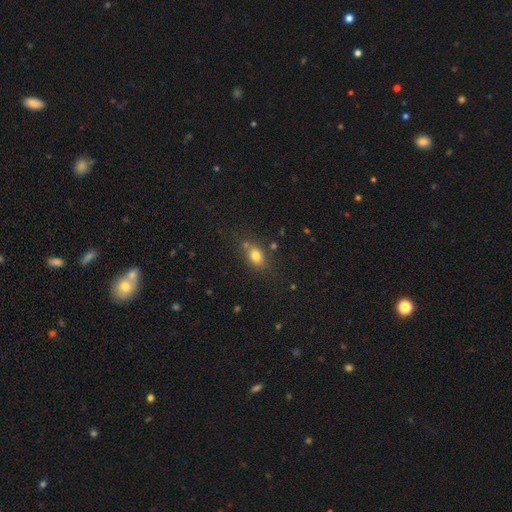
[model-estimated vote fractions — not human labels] Morphology: type=smooth (78%); roundness=in between (73%); merging=none (72%).